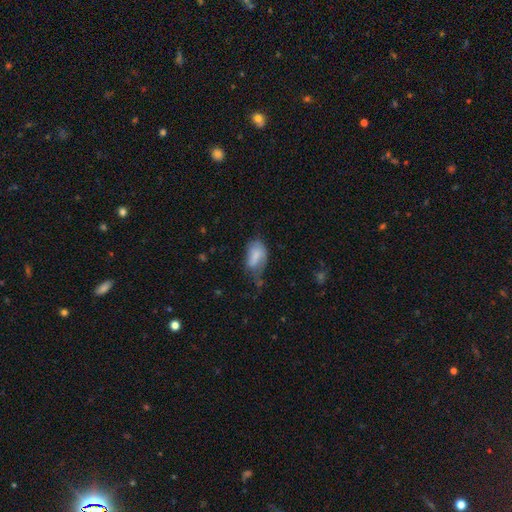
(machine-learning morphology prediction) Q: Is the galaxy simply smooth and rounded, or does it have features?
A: smooth — 69%.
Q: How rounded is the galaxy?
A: in between — 91%.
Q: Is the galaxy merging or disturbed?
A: minor disturbance — 38%.